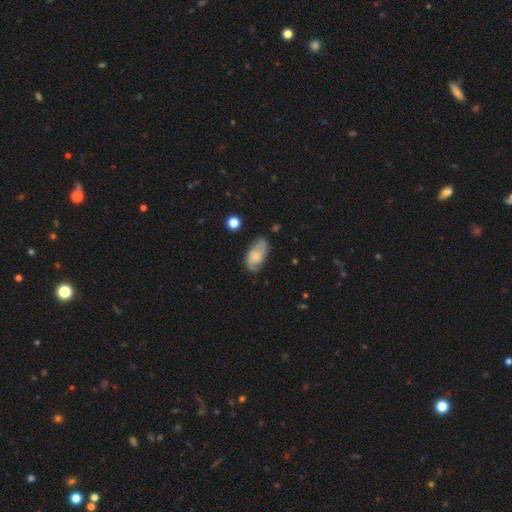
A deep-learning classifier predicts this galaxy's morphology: Smooth or featured?
  - smooth: 53% *
  - featured or disk: 39%
  - star or artifact: 8%
How rounded?
  - in between: 91% *
  - round: 5%
  - cigar-shaped: 4%
Merging?
  - none: 67% *
  - minor disturbance: 24%
  - major disturbance: 7%
  - merger: 2%